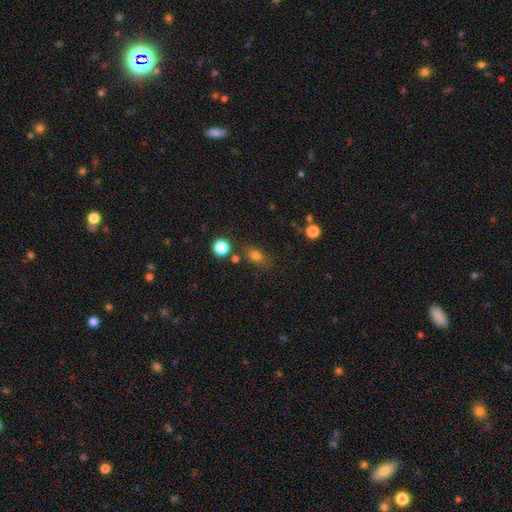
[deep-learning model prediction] This is likely a smooth galaxy (78%). How rounded: likely in between (64%). Merging: likely none (72%).